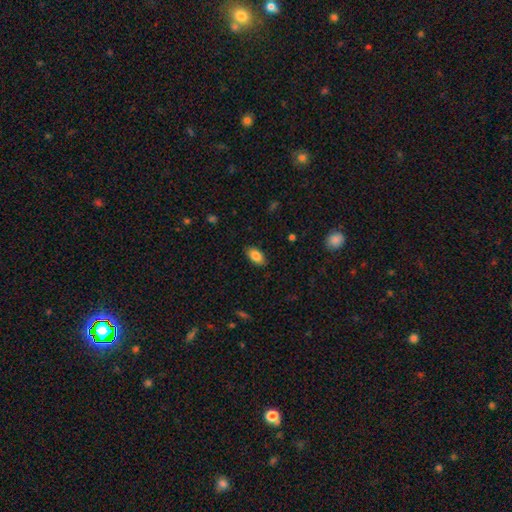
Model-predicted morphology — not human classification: type=smooth (85%); roundness=in between (93%); merging=none (87%).